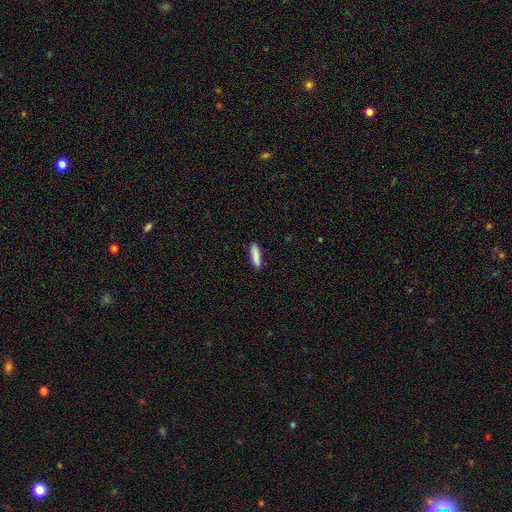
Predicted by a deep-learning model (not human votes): smooth 88%, featured or disk 6%, star or artifact 6%. Down the decision tree: how rounded — cigar-shaped (65%); merging — none (88%).